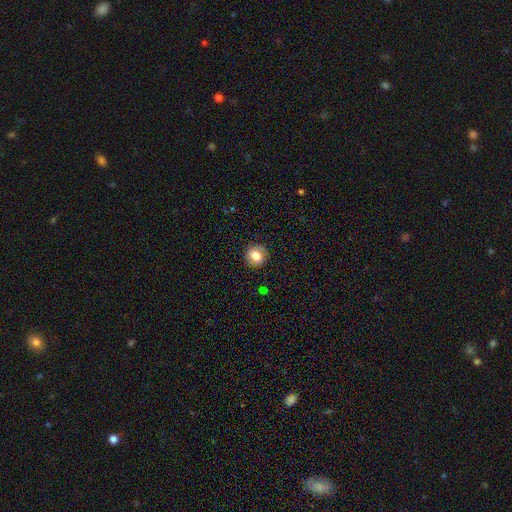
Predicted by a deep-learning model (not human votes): smooth-or-featured: smooth: 76% | featured or disk: 15% | star or artifact: 9%
  how-rounded: round: 86% | in between: 13% | cigar-shaped: 1%
  merging: none: 87% | minor disturbance: 9% | major disturbance: 3% | merger: 1%